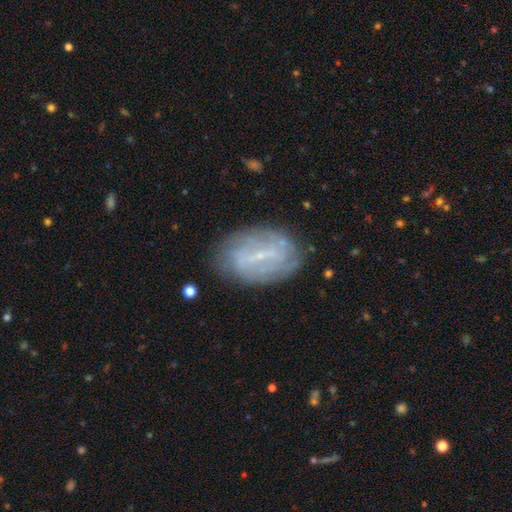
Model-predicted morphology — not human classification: Smooth or featured?
  - featured or disk: 64% *
  - smooth: 25%
  - star or artifact: 11%
Edge-on disk?
  - no: 91% *
  - yes: 9%
Bar?
  - strong: 49% *
  - weak: 38%
  - no: 13%
Spiral arms?
  - yes: 63% *
  - no: 37%
Bulge size?
  - small: 65% *
  - none: 19%
  - moderate: 13%
  - large: 1%
  - dominant: 1%
Merging?
  - none: 79% *
  - minor disturbance: 15%
  - major disturbance: 5%
  - merger: 2%